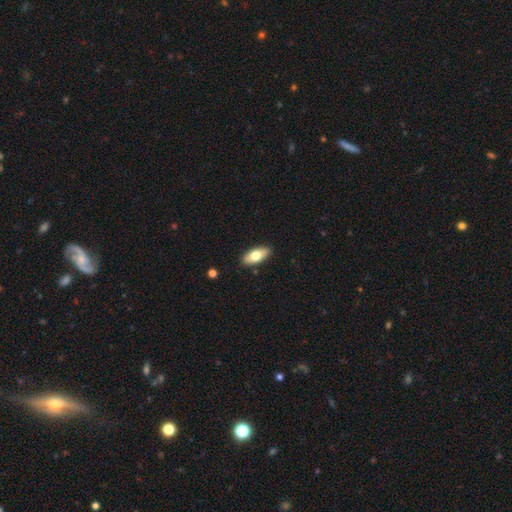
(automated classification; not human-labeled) smooth_or_featured: smooth (p=0.69) [alt: featured or disk p=0.25]
how_rounded: in between (p=0.83) [alt: cigar-shaped p=0.14]
merging: none (p=0.89) [alt: minor disturbance p=0.08]